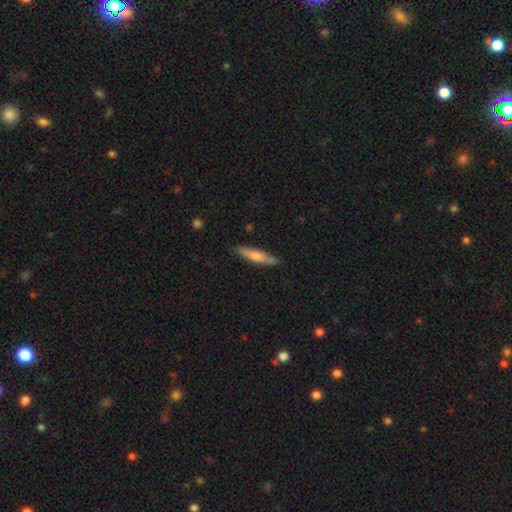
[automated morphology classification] This is likely a smooth galaxy (61%). How rounded: clearly cigar-shaped (86%). Merging: clearly none (85%).